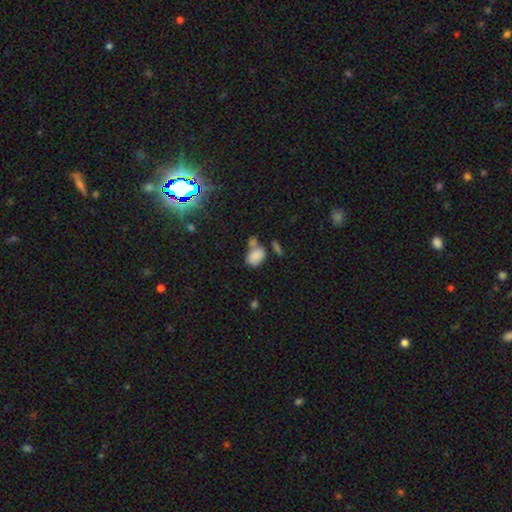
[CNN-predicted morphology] smooth_or_featured: smooth (p=0.83) [alt: star or artifact p=0.10]
how_rounded: in between (p=0.85) [alt: round p=0.14]
merging: none (p=0.40) [alt: merger p=0.37]